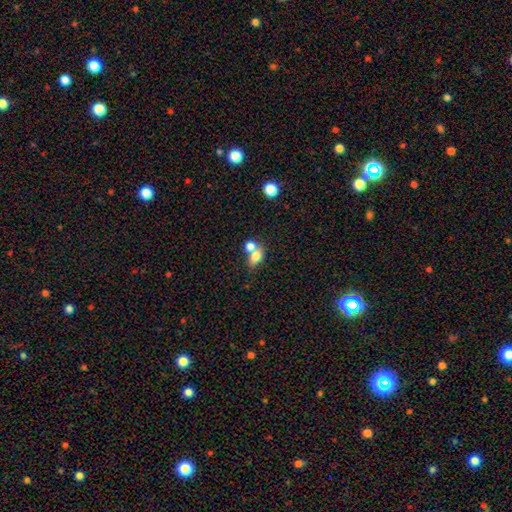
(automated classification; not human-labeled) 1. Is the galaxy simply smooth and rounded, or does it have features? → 76% smooth, 14% featured or disk, 10% star or artifact.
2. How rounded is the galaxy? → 68% in between, 29% round, 3% cigar-shaped.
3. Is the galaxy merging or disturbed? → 55% merger, 32% none, 9% minor disturbance, 5% major disturbance.